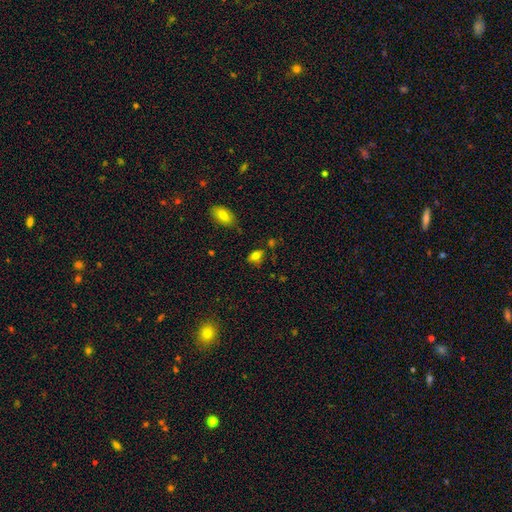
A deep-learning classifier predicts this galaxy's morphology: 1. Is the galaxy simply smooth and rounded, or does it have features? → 76% smooth, 13% featured or disk, 12% star or artifact.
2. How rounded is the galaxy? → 84% in between, 11% round, 4% cigar-shaped.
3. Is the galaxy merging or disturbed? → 70% none, 19% minor disturbance, 6% merger, 5% major disturbance.